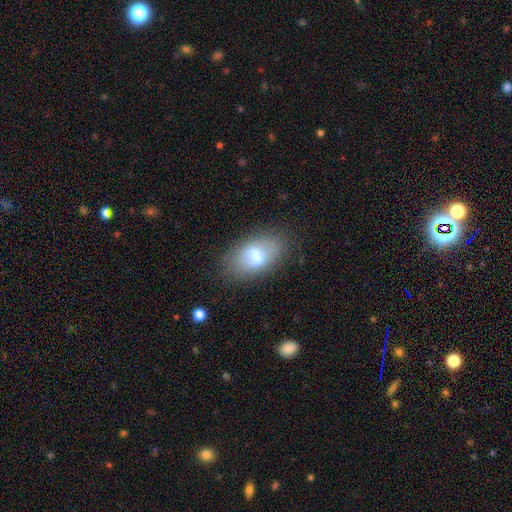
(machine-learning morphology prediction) Overall: smooth (64%; featured or disk 27%). How rounded: in between (90%). Merging: none (71%).